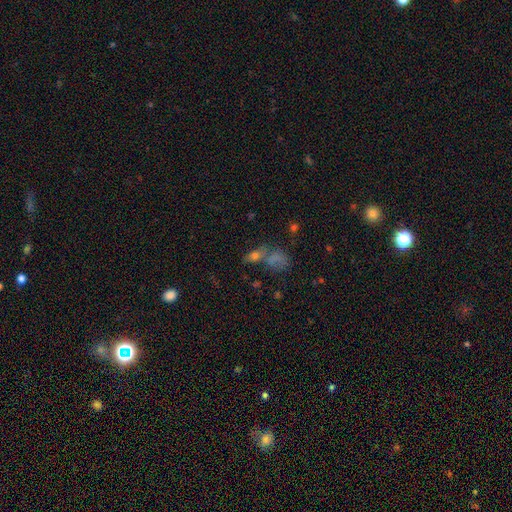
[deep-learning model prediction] This is possibly a smooth galaxy (50%). How rounded: likely in between (61%). Merging: marginally none (45%).